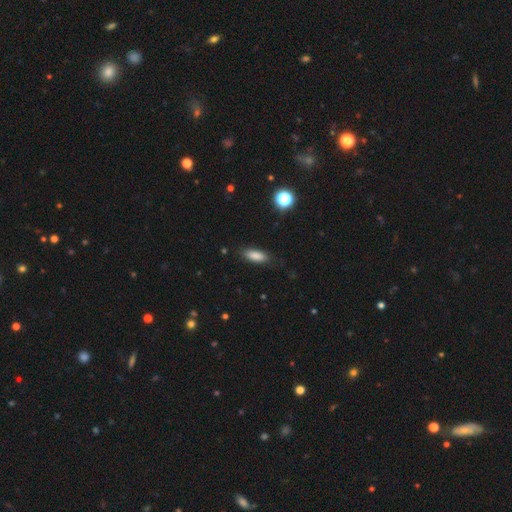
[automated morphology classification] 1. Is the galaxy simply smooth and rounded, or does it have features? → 84% smooth, 8% star or artifact, 8% featured or disk.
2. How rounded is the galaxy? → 70% in between, 28% cigar-shaped, 3% round.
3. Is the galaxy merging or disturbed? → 84% none, 12% minor disturbance, 3% major disturbance, 1% merger.